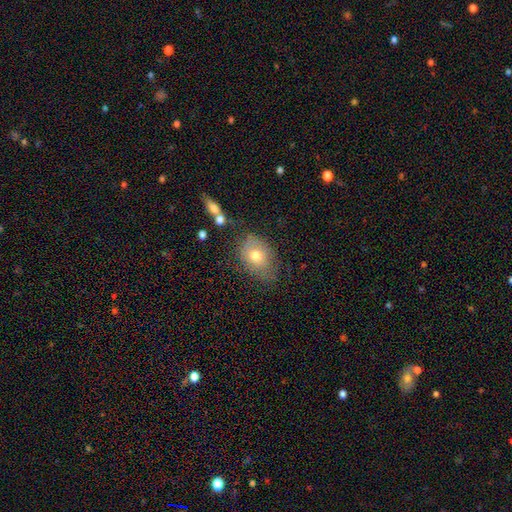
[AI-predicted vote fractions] Smooth or featured?
  - smooth: 69% *
  - featured or disk: 22%
  - star or artifact: 9%
How rounded?
  - in between: 71% *
  - round: 28%
  - cigar-shaped: 1%
Merging?
  - none: 56% *
  - minor disturbance: 29%
  - major disturbance: 10%
  - merger: 4%